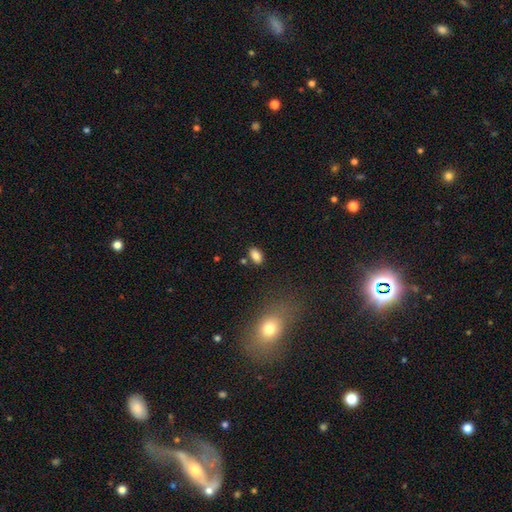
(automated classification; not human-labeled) A smooth galaxy with no disk features (84%) that is in between round and cigar-shaped (91%). Merging: none (81%).